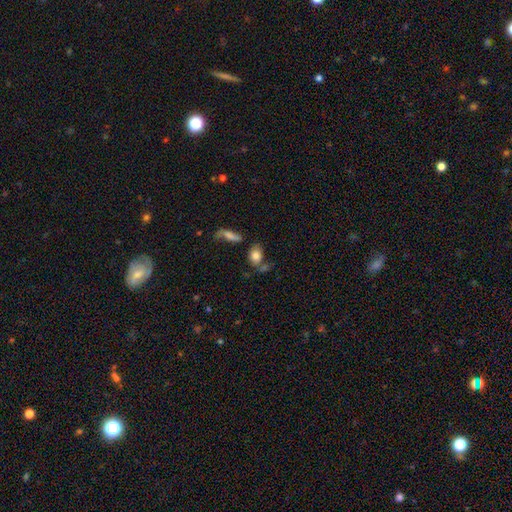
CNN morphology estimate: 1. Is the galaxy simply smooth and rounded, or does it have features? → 80% smooth, 11% featured or disk, 9% star or artifact.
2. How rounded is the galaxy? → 71% in between, 26% round, 3% cigar-shaped.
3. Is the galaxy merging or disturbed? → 47% none, 24% merger, 18% minor disturbance, 10% major disturbance.